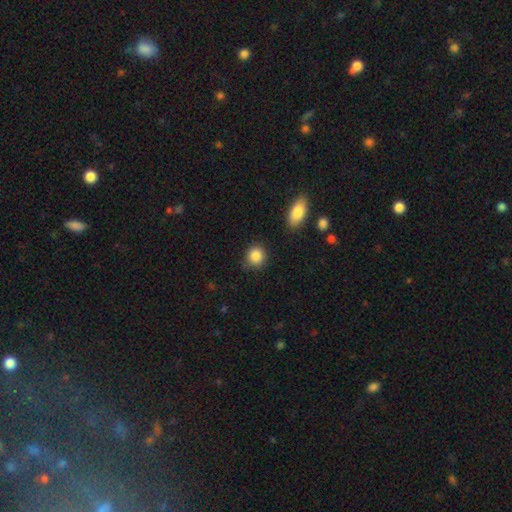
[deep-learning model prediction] Smooth or featured?
  - smooth: 87% *
  - star or artifact: 8%
  - featured or disk: 4%
How rounded?
  - round: 82% *
  - in between: 17%
  - cigar-shaped: 1%
Merging?
  - none: 82% *
  - minor disturbance: 13%
  - major disturbance: 3%
  - merger: 2%